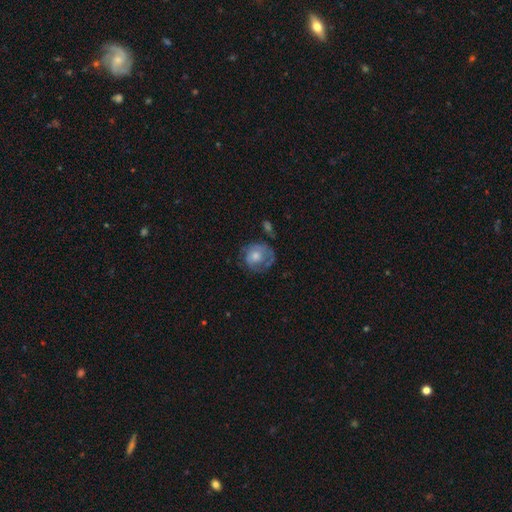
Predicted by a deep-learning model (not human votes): smooth 48%, featured or disk 45%, star or artifact 7%. Down the decision tree: merging — none (53%).